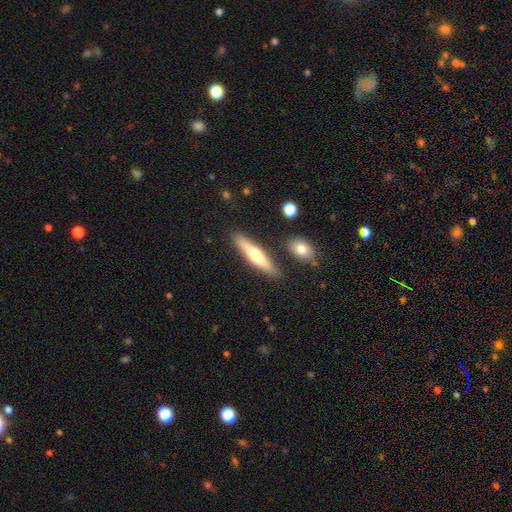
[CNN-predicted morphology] smooth_or_featured: smooth (p=0.52) [alt: featured or disk p=0.42]
how_rounded: cigar-shaped (p=0.80) [alt: in between p=0.18]
merging: none (p=0.84) [alt: minor disturbance p=0.10]